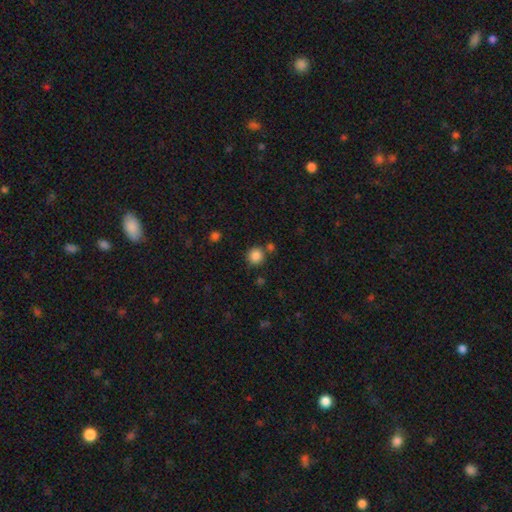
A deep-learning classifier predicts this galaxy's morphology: This is clearly a smooth galaxy (85%). How rounded: clearly round (93%). Merging: likely none (78%).